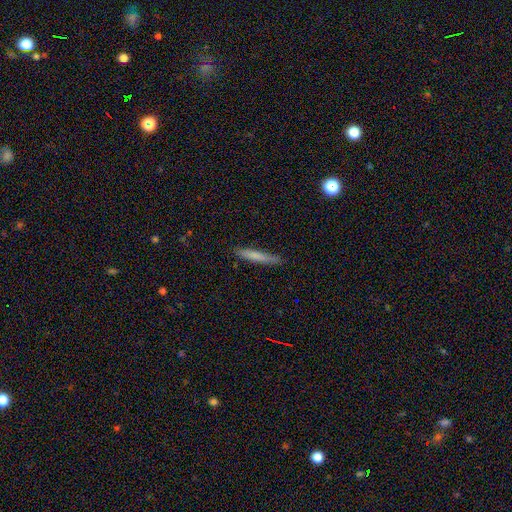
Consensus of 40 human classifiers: smooth 72%, featured or disk 15%, star or artifact 12%. Down the decision tree: how rounded — cigar-shaped (93%); merging — none (94%).